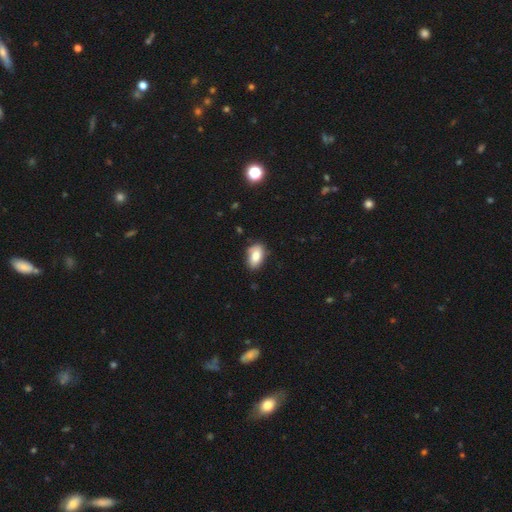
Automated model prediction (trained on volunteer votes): Overall: smooth (82%). How rounded: in between (91%). Merging: none (72%).